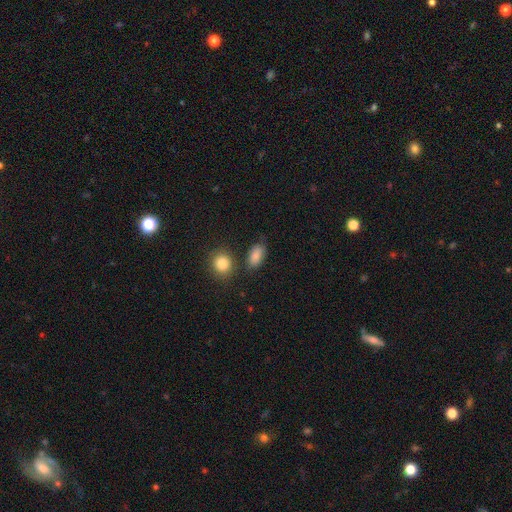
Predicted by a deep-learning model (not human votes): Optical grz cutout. It shows a smooth galaxy with no disk features (84%) that is in between round and cigar-shaped (86%). Merging: none (71%).